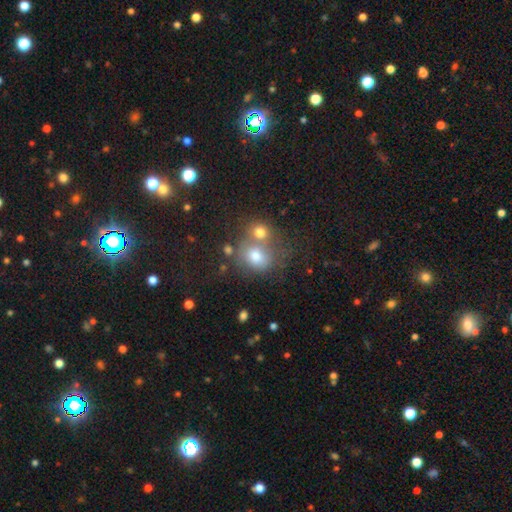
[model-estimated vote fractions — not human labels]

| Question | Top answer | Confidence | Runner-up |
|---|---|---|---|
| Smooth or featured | smooth | 71% | featured or disk (15%) |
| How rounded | round | 68% | in between (31%) |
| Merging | merger | 47% | none (36%) |